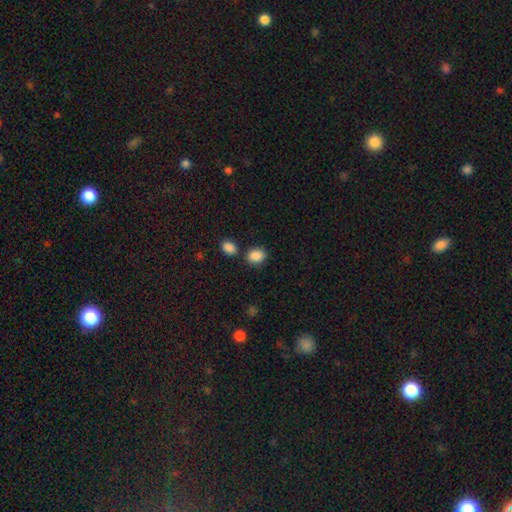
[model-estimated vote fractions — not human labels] The model was most divided on "how rounded": in between: 56%, round: 43%, cigar-shaped: 1%. More confident: smooth or featured — smooth (88%); merging — none (74%).